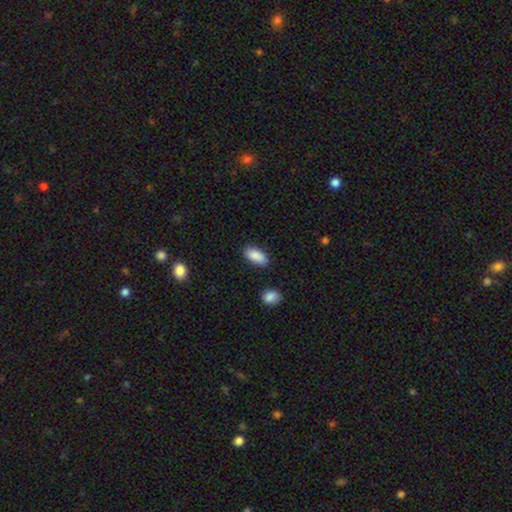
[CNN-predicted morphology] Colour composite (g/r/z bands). It shows a smooth galaxy with no disk features (89%) that is in between round and cigar-shaped (90%). Merging: none (83%).